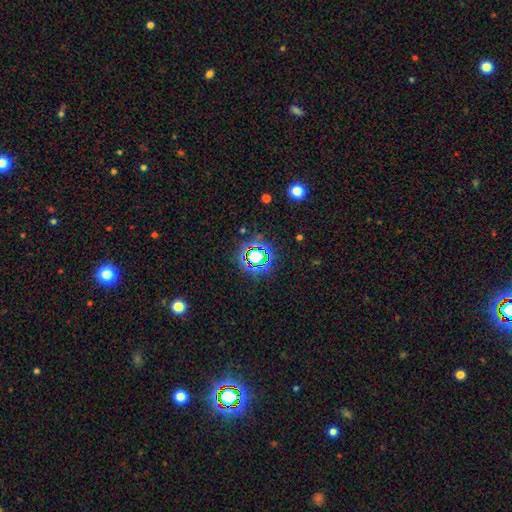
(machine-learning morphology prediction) star or artifact 69%, smooth 20%, featured or disk 12%.